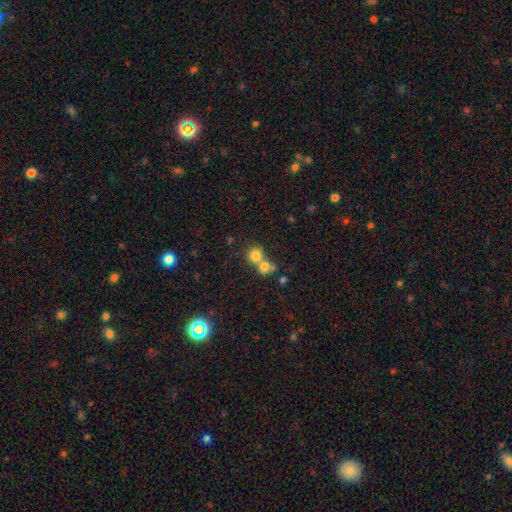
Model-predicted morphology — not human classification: Smooth or featured? Predicted: smooth (p=0.75). How rounded? Predicted: round (p=0.83). Merging? Predicted: merger (p=0.57).